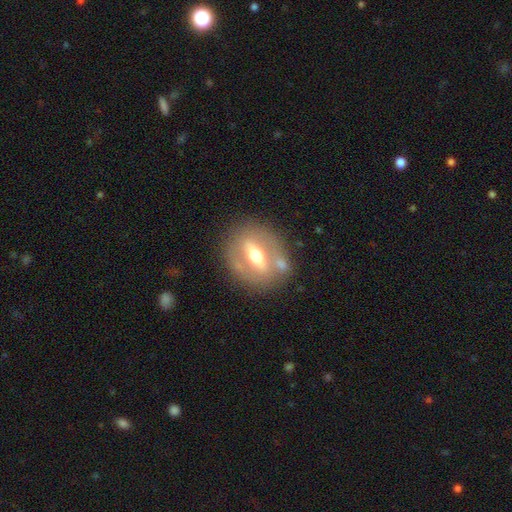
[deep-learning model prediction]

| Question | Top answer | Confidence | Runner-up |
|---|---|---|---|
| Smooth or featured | featured or disk | 66% | smooth (27%) |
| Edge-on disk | no | 67% | yes (33%) |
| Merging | none | 72% | minor disturbance (13%) |